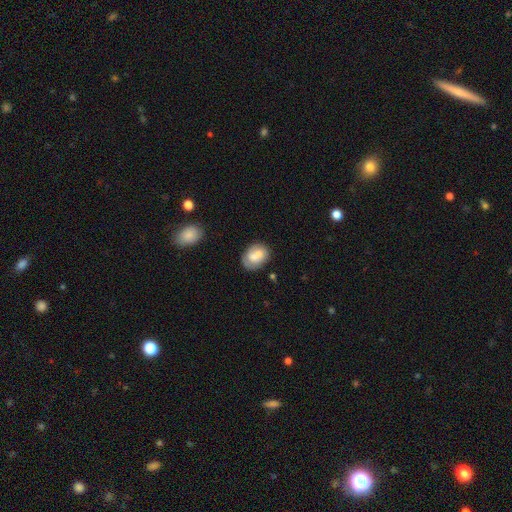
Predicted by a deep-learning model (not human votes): Smooth or featured?
  - smooth: 63% *
  - featured or disk: 30%
  - star or artifact: 7%
How rounded?
  - in between: 64% *
  - round: 35%
  - cigar-shaped: 1%
Merging?
  - none: 51% *
  - minor disturbance: 21%
  - merger: 21%
  - major disturbance: 7%